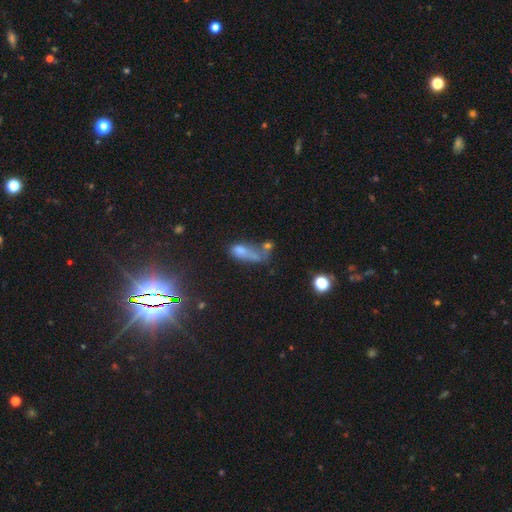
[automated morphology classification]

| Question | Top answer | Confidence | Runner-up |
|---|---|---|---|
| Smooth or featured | smooth | 52% | featured or disk (24%) |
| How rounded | in between | 64% | cigar-shaped (25%) |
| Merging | merger | 34% | major disturbance (28%) |